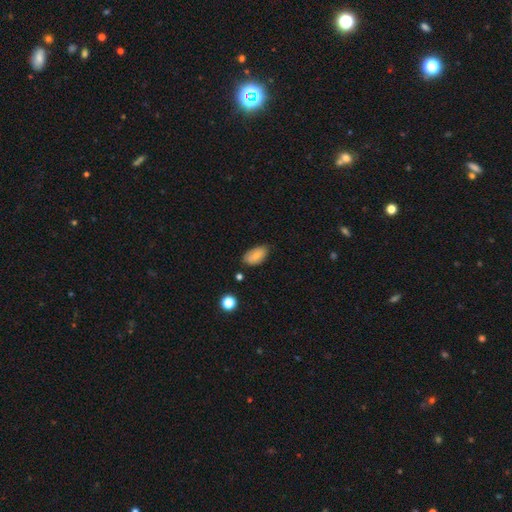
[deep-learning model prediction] smooth_or_featured: smooth (p=0.78) [alt: featured or disk p=0.14]
how_rounded: in between (p=0.93) [alt: round p=0.05]
merging: none (p=0.67) [alt: minor disturbance p=0.27]